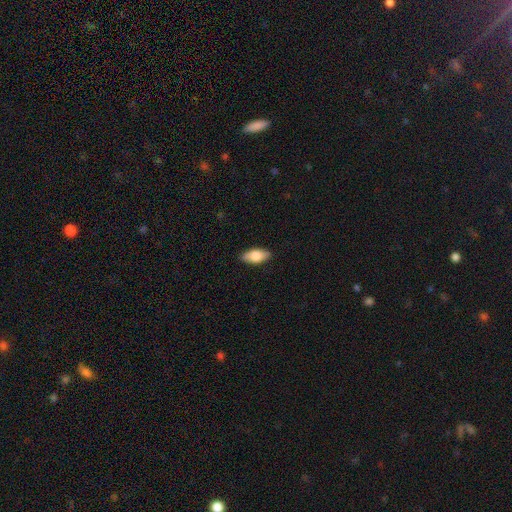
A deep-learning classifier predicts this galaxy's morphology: A smooth galaxy with no disk features (79%) that is in between round and cigar-shaped (88%). Merging: none (88%).